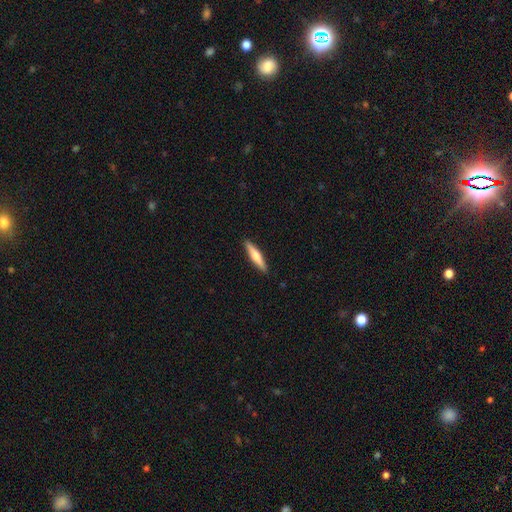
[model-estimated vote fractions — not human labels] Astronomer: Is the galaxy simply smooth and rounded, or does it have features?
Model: smooth — 55% (runner-up: featured or disk, 40%).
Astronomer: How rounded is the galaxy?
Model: cigar-shaped — 85%.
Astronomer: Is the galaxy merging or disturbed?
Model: none — 91%.